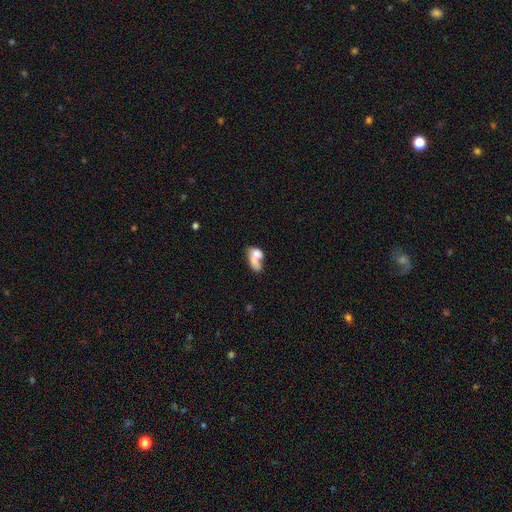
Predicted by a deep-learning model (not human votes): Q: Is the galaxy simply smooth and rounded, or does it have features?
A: smooth — 60%.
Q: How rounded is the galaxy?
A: in between — 77%.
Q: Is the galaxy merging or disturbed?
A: merger — 45%.